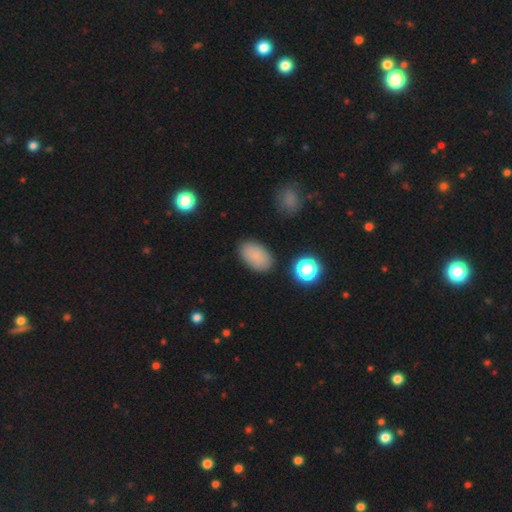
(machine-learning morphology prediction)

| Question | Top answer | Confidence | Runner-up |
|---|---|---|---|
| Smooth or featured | smooth | 85% | star or artifact (9%) |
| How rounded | in between | 91% | round (7%) |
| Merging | none | 85% | minor disturbance (10%) |